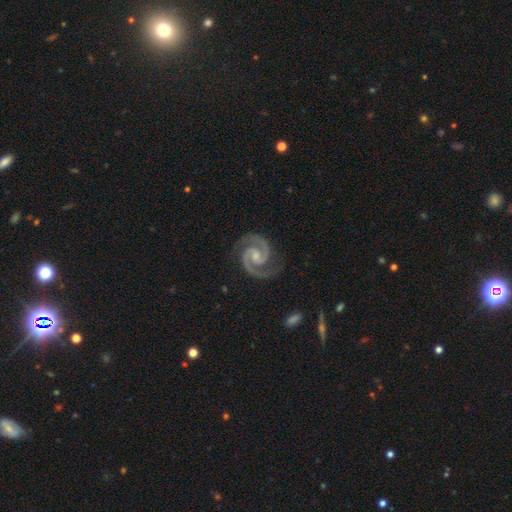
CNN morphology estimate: Smooth or featured?
  - featured or disk: 94% *
  - star or artifact: 4%
  - smooth: 2%
Edge-on disk?
  - no: 98% *
  - yes: 2%
Bar?
  - no: 44% *
  - weak: 40%
  - strong: 15%
Spiral arms?
  - yes: 99% *
  - no: 1%
Spiral winding?
  - medium: 49% *
  - tight: 47%
  - loose: 5%
Spiral arm count?
  - 2: 95% *
  - 3: 1%
  - can't tell: 1%
  - 1: 1%
  - 4: 1%
  - more than 4: 1%
Bulge size?
  - small: 53% *
  - moderate: 35%
  - none: 10%
  - large: 2%
  - dominant: 1%
Merging?
  - none: 85% *
  - minor disturbance: 11%
  - major disturbance: 3%
  - merger: 1%